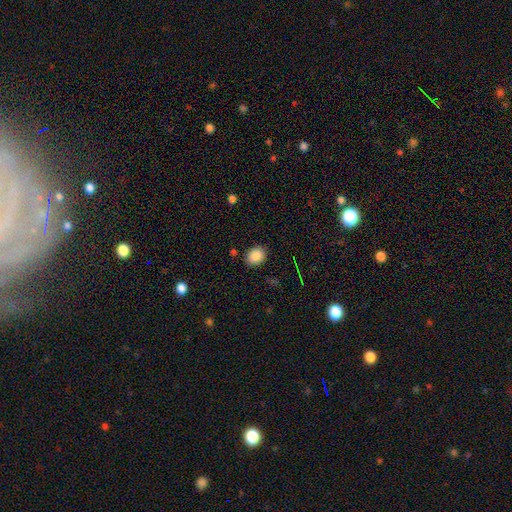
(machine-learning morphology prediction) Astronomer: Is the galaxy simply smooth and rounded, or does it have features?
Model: smooth — 87%.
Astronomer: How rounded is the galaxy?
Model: in between — 52% (runner-up: round, 47%).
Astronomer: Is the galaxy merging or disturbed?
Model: none — 86%.